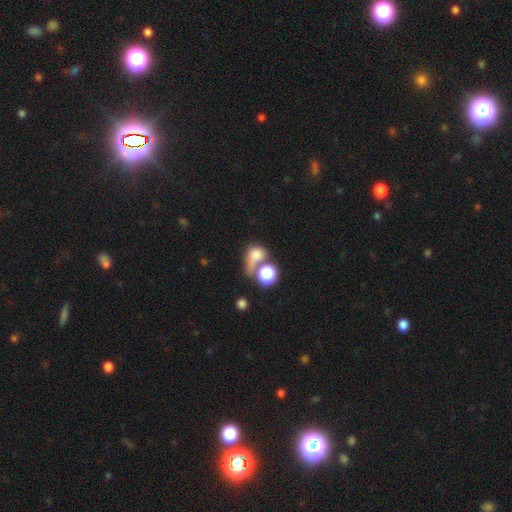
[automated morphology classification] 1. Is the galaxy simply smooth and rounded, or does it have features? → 71% smooth, 15% star or artifact, 14% featured or disk.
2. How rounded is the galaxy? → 59% round, 38% in between, 3% cigar-shaped.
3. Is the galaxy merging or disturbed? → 41% merger, 30% none, 16% major disturbance, 13% minor disturbance.